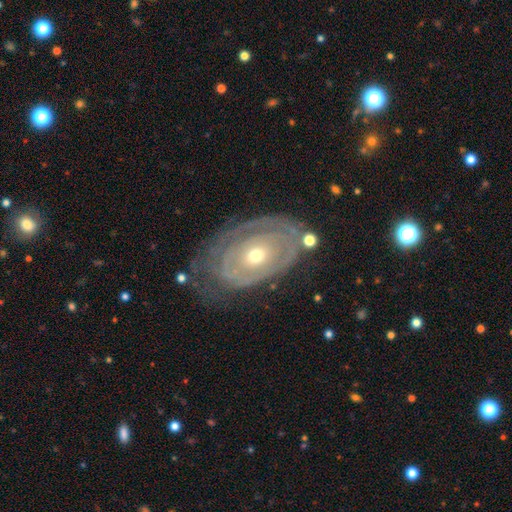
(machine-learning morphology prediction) Q: Smooth or featured?
A: featured or disk (77%); runner-up: smooth (17%)
Q: Edge-on disk?
A: no (94%); runner-up: yes (6%)
Q: Bar?
A: no (85%); runner-up: weak (12%)
Q: Spiral arms?
A: yes (64%); runner-up: no (36%)
Q: Bulge size?
A: moderate (52%); runner-up: small (44%)
Q: Merging?
A: none (60%); runner-up: minor disturbance (23%)